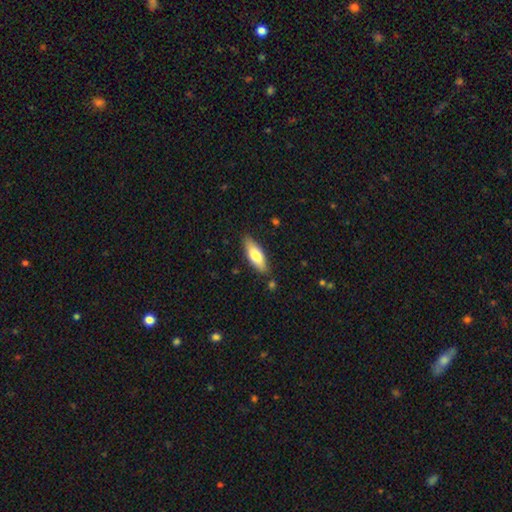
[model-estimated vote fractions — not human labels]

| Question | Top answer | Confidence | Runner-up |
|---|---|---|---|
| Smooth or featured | smooth | 72% | featured or disk (22%) |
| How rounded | in between | 63% | cigar-shaped (35%) |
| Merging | none | 83% | minor disturbance (12%) |